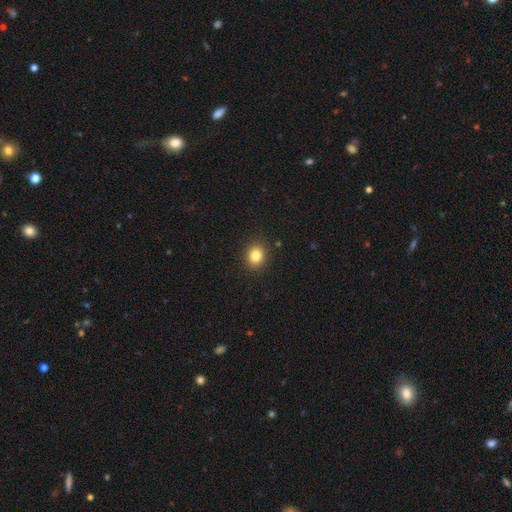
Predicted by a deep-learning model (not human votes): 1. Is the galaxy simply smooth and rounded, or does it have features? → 82% smooth, 11% star or artifact, 6% featured or disk.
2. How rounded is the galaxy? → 72% round, 28% in between, 1% cigar-shaped.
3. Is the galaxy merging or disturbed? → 90% none, 6% minor disturbance, 2% major disturbance, 1% merger.